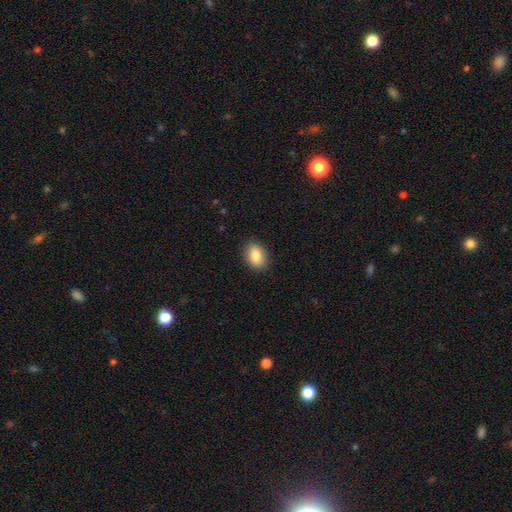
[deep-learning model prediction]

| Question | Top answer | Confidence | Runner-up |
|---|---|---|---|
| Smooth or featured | smooth | 85% | star or artifact (8%) |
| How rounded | in between | 76% | round (22%) |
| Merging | none | 89% | minor disturbance (8%) |